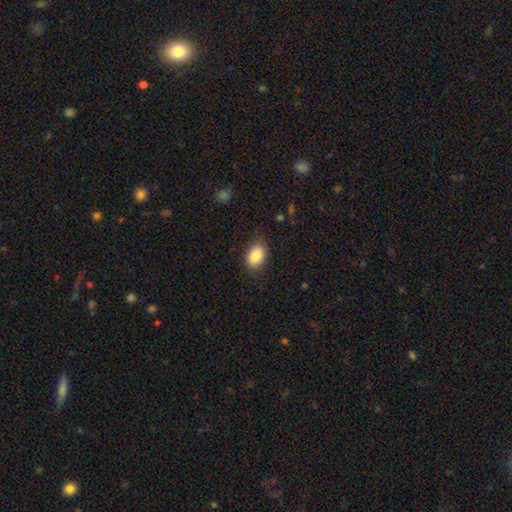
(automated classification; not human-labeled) This appears to be a smooth galaxy with no disk features (86%) that is in between round and cigar-shaped (78%). Merging: none (79%).